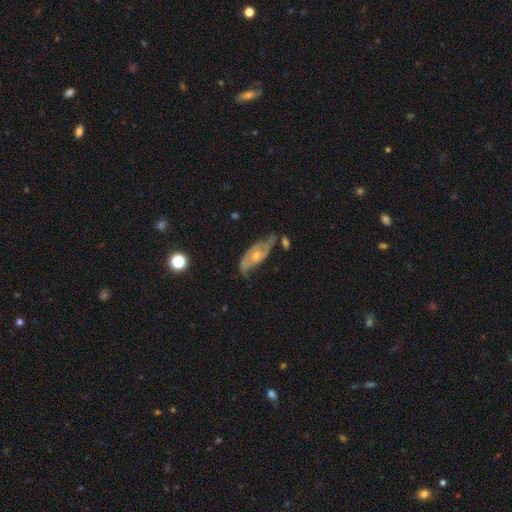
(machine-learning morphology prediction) smooth-or-featured: featured or disk: 67% | smooth: 26% | star or artifact: 7%
  disk-edge-on: no: 84% | yes: 16%
    bar: no: 72% | weak: 23% | strong: 5%
    has-spiral-arms: yes: 72% | no: 28%
    bulge-size: moderate: 49% | small: 44% | large: 3% | none: 3% | dominant: 1%
  merging: none: 45% | minor disturbance: 31% | major disturbance: 15% | merger: 9%